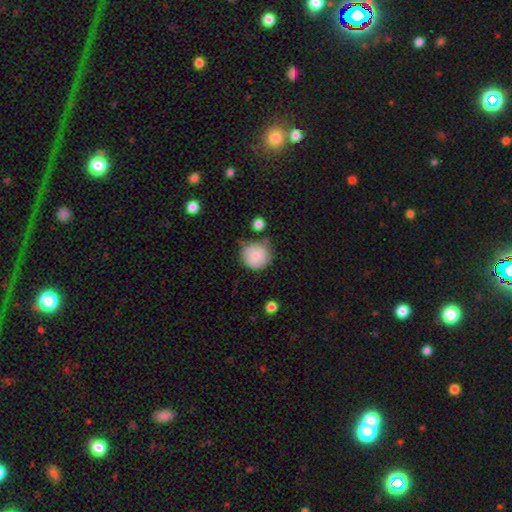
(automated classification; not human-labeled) This appears to be a smooth galaxy with no disk features (73%) that is round (88%). Merging: none (64%).